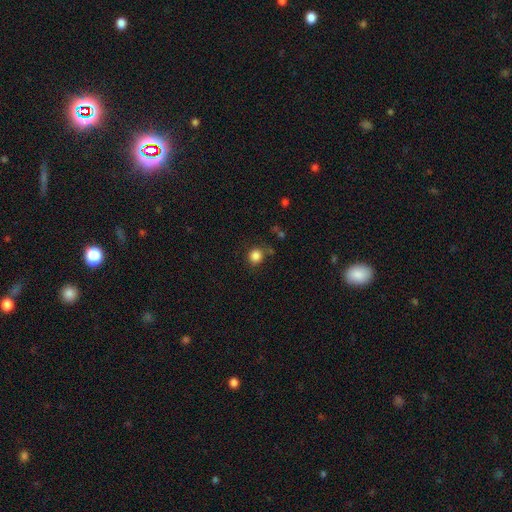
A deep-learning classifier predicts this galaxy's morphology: This is clearly a smooth galaxy (85%). How rounded: clearly round (87%). Merging: likely none (78%).